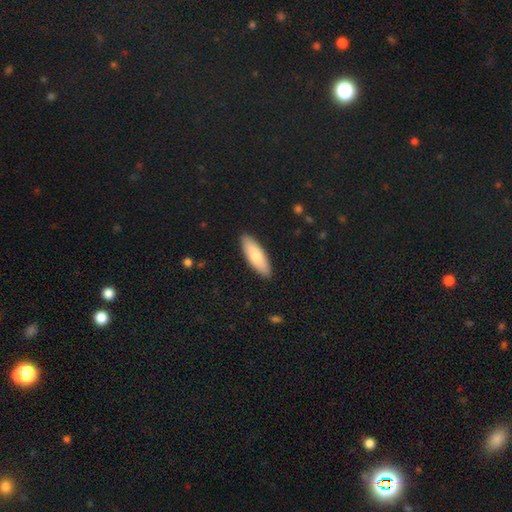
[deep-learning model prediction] A smooth galaxy with no disk features (80%) that is in between round and cigar-shaped (58%).

Vote fractions:
- Smooth or featured? smooth: 80% / featured or disk: 15% / star or artifact: 5%
- How rounded? in between: 58% / cigar-shaped: 40% / round: 2%
- Merging? none: 89% / minor disturbance: 8% / major disturbance: 2% / merger: 1%